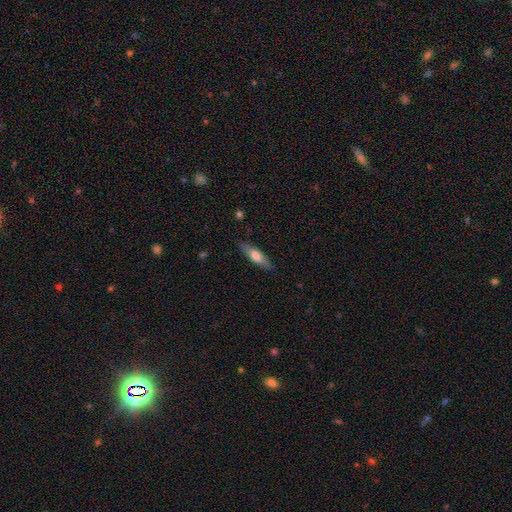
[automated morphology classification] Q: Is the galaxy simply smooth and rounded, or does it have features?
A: smooth — 64%.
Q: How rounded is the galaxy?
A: cigar-shaped — 59%.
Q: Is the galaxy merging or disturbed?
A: none — 85%.